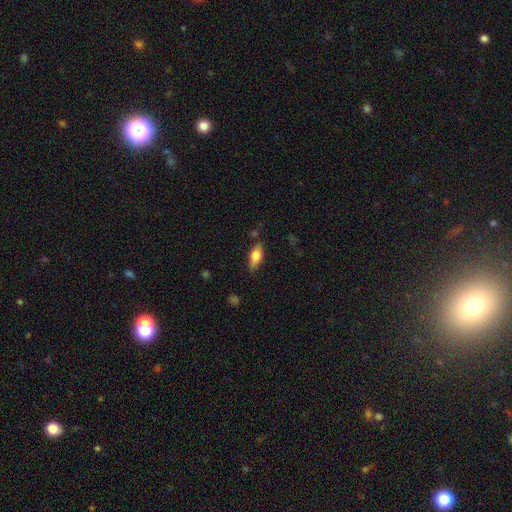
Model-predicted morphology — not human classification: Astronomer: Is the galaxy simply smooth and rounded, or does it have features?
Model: smooth — 69%.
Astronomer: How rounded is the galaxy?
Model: in between — 77%.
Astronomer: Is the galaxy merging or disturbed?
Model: none — 78%.